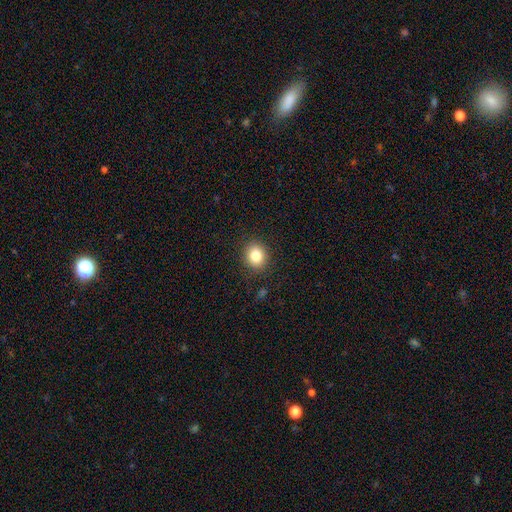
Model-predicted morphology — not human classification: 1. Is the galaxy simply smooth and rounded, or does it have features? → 83% smooth, 10% star or artifact, 6% featured or disk.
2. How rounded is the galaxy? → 71% round, 28% in between, 1% cigar-shaped.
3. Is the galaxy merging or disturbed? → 89% none, 7% minor disturbance, 2% major disturbance, 1% merger.